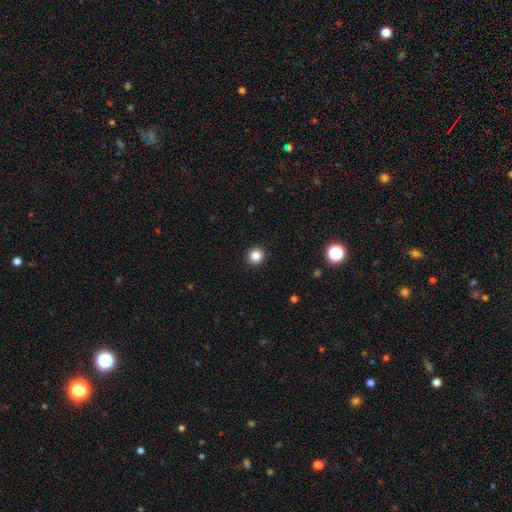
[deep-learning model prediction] This is clearly a smooth galaxy (84%). How rounded: clearly round (91%). Merging: clearly none (93%).